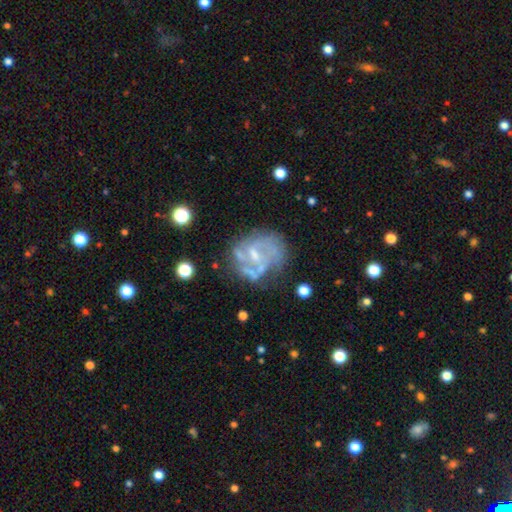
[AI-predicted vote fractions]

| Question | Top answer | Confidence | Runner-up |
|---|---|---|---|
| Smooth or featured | featured or disk | 77% | smooth (14%) |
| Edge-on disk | no | 98% | yes (2%) |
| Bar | weak | 47% | no (41%) |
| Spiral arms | yes | 72% | no (28%) |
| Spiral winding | medium | 44% | tight (34%) |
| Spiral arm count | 2 | 37% | can't tell (34%) |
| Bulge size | small | 44% | moderate (32%) |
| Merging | none | 52% | minor disturbance (22%) |